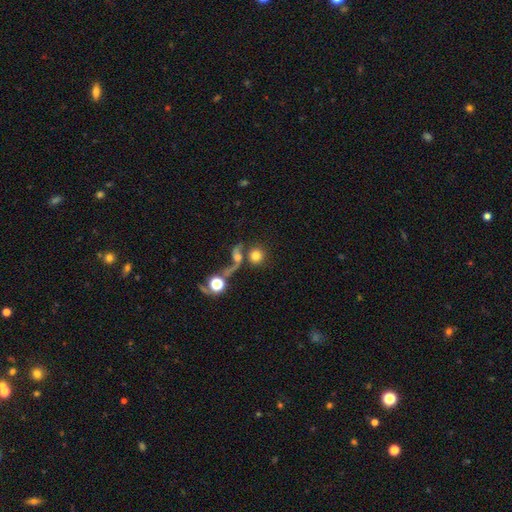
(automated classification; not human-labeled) smooth_or_featured: smooth (p=0.72) [alt: featured or disk p=0.15]
how_rounded: round (p=0.89) [alt: in between p=0.09]
merging: none (p=0.51) [alt: merger p=0.31]